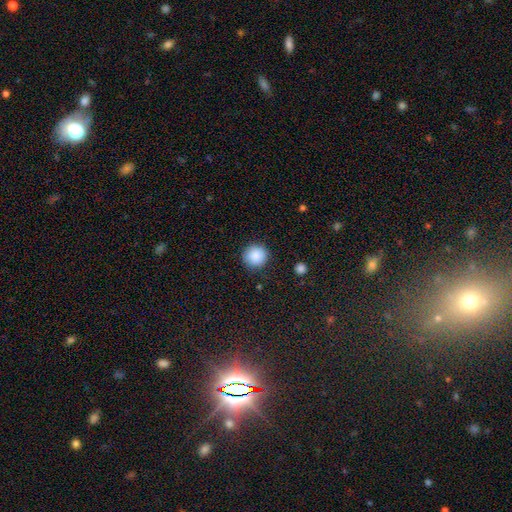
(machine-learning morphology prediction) smooth 88%, star or artifact 8%, featured or disk 4%. Down the decision tree: how rounded — round (94%); merging — none (89%).